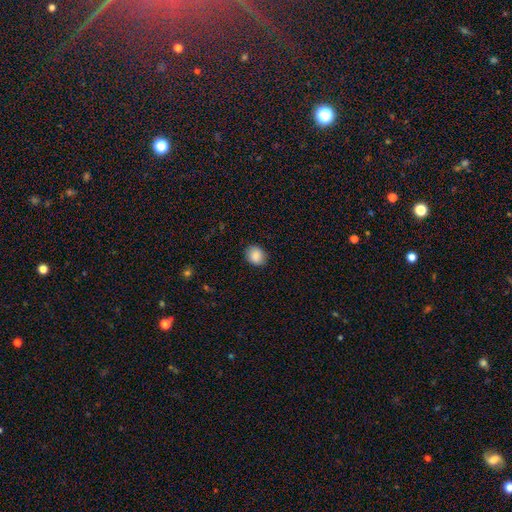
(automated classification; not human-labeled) Smooth or featured: smooth — 88% (star or artifact — 8%)
How rounded: round — 62% (in between — 37%)
Merging: none — 89% (minor disturbance — 8%)